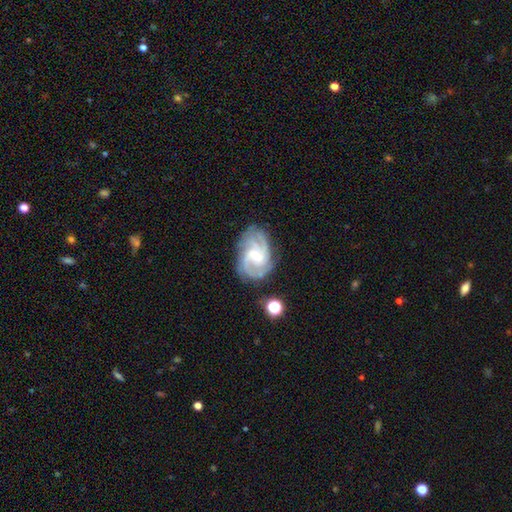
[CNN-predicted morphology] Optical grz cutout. It shows a featured or disk galaxy (89%) with a weak bar (51%), 3 (40%) medium (45%) spiral arms (98%) and a small central bulge (51%). Merging: none (75%).